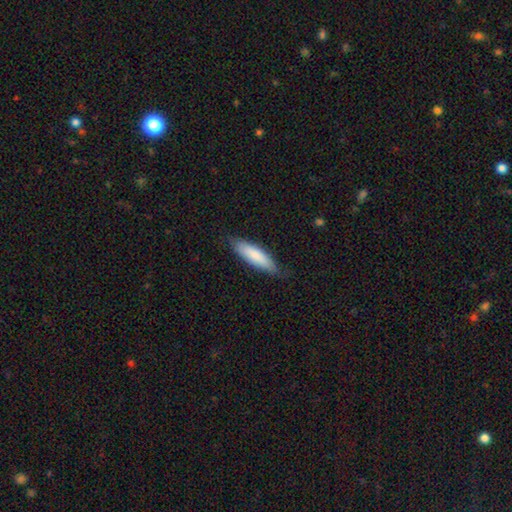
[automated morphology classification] Smooth or featured: smooth — 82% (featured or disk — 13%)
How rounded: cigar-shaped — 57% (in between — 41%)
Merging: none — 78% (minor disturbance — 18%)